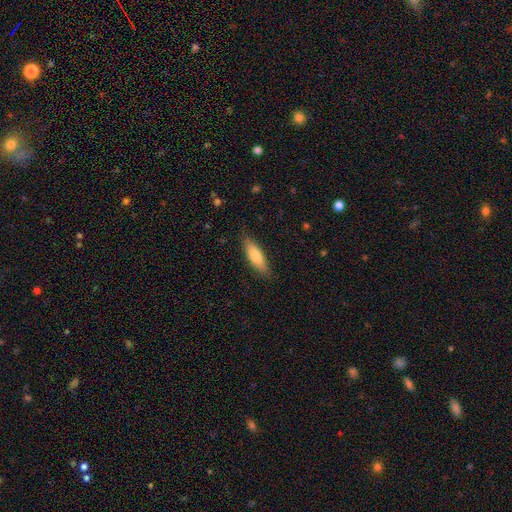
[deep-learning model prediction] Smooth or featured?
  - smooth: 78% *
  - featured or disk: 16%
  - star or artifact: 6%
How rounded?
  - cigar-shaped: 51% *
  - in between: 48%
  - round: 2%
Merging?
  - none: 84% *
  - minor disturbance: 12%
  - major disturbance: 3%
  - merger: 1%